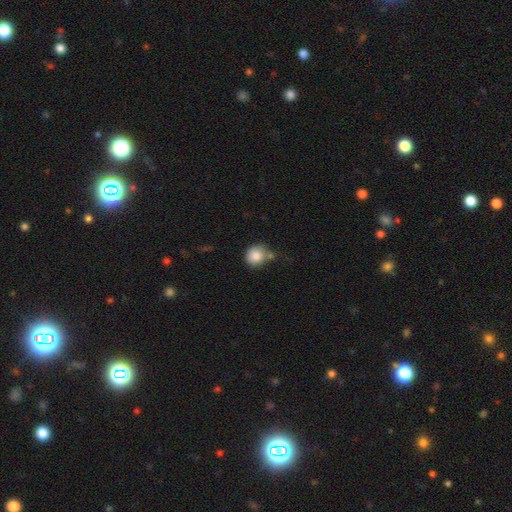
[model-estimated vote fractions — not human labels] smooth 85%, star or artifact 8%, featured or disk 7%. Down the decision tree: how rounded — round (85%); merging — none (56%).